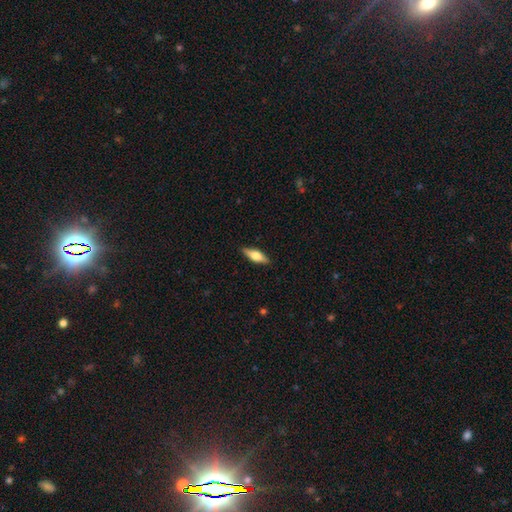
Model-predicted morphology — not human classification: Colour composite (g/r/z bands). It shows a smooth galaxy with no disk features (53%) that is in between round and cigar-shaped (54%). Merging: none (88%).